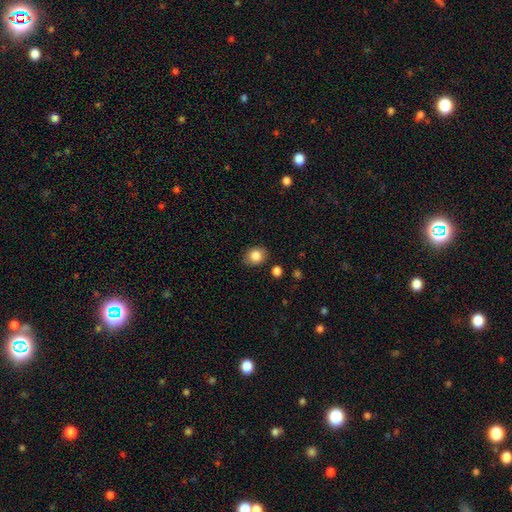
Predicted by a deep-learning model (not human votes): This appears to be a smooth galaxy with no disk features (85%) that is round (57%). Merging: none (84%).